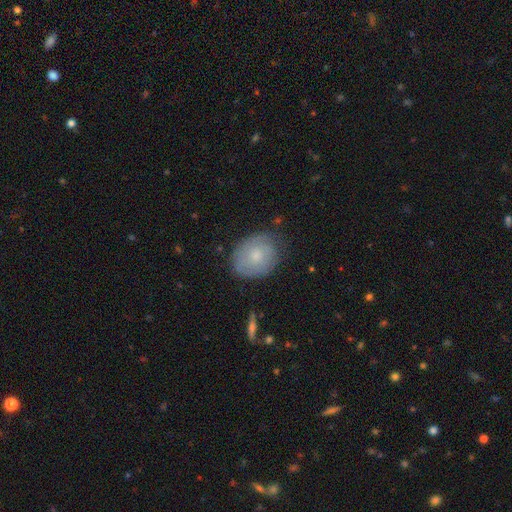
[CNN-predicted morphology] Smooth or featured?
  - smooth: 62% *
  - featured or disk: 31%
  - star or artifact: 7%
How rounded?
  - round: 51% *
  - in between: 48%
  - cigar-shaped: 1%
Merging?
  - none: 73% *
  - minor disturbance: 21%
  - major disturbance: 5%
  - merger: 1%